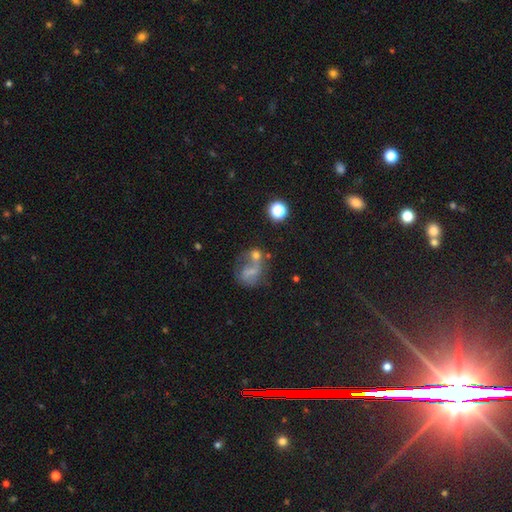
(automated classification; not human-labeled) This is marginally a star or artifact rather than a galaxy (44%).